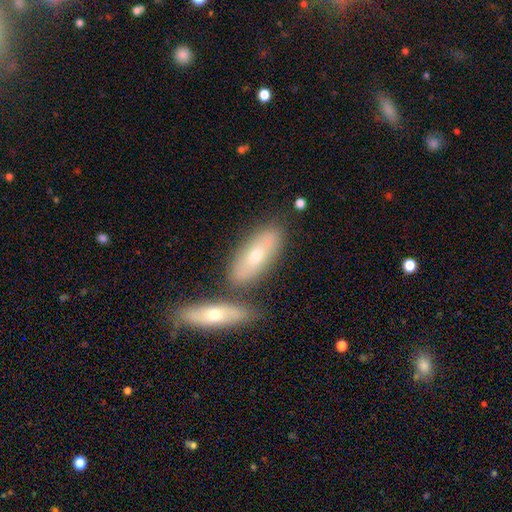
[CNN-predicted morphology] This is possibly a smooth galaxy (57%). How rounded: likely in between (70%). Merging: likely none (61%).